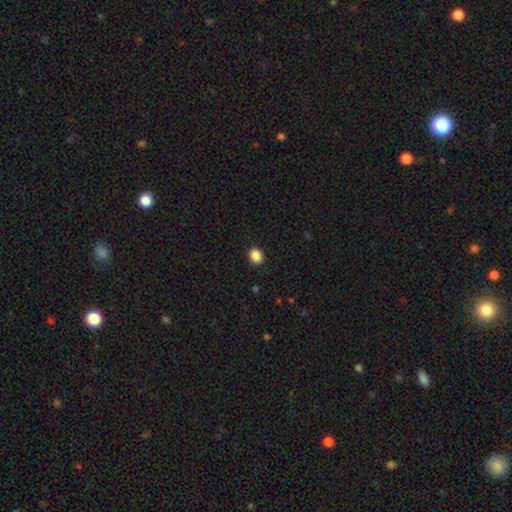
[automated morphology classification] A smooth galaxy with no disk features (88%) that is in between round and cigar-shaped (50%). Merging: none (89%).